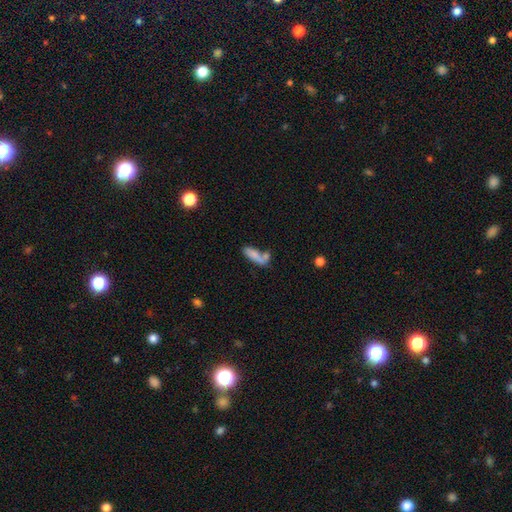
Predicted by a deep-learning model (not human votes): Smooth or featured? Predicted: smooth (p=0.73). How rounded? Predicted: in between (p=0.52). Merging? Predicted: merger (p=0.46).